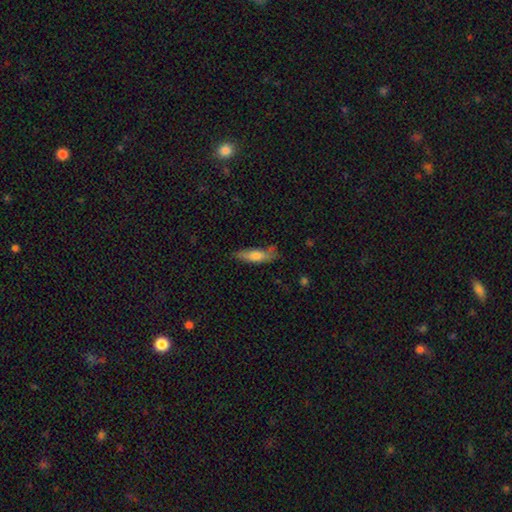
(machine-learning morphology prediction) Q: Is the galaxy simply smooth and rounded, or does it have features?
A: smooth — 70%.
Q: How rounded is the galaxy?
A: cigar-shaped — 53%.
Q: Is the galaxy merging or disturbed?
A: none — 59%.